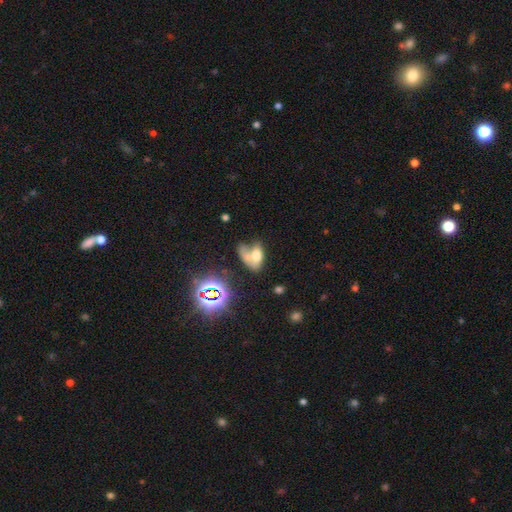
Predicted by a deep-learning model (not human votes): smooth 57%, featured or disk 25%, star or artifact 19%. Down the decision tree: how rounded — in between (85%); merging — merger (44%).